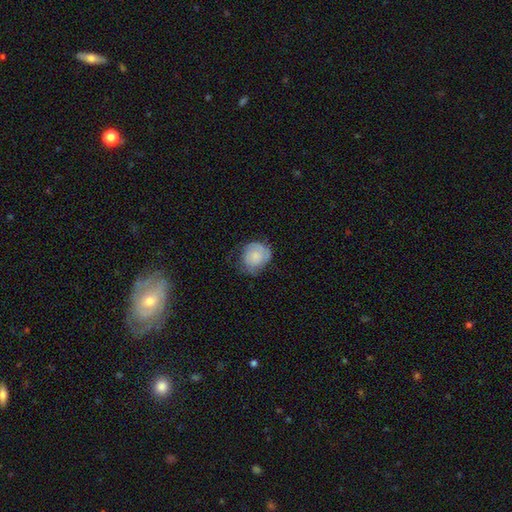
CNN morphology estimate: A smooth galaxy with no disk features (65%) that is round (73%).

Vote fractions:
- Smooth or featured? smooth: 65% / featured or disk: 28% / star or artifact: 7%
- How rounded? round: 73% / in between: 26% / cigar-shaped: 1%
- Merging? none: 54% / minor disturbance: 31% / major disturbance: 14% / merger: 1%